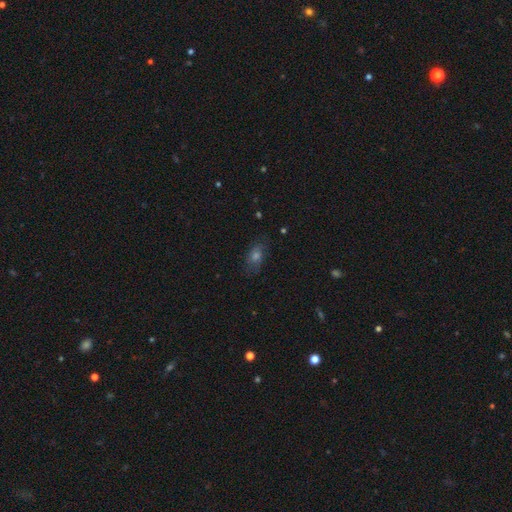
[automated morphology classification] The model was most divided on "smooth or featured": smooth: 52%, star or artifact: 26%, featured or disk: 21%. More confident: merging — none (77%); how rounded — in between (74%).